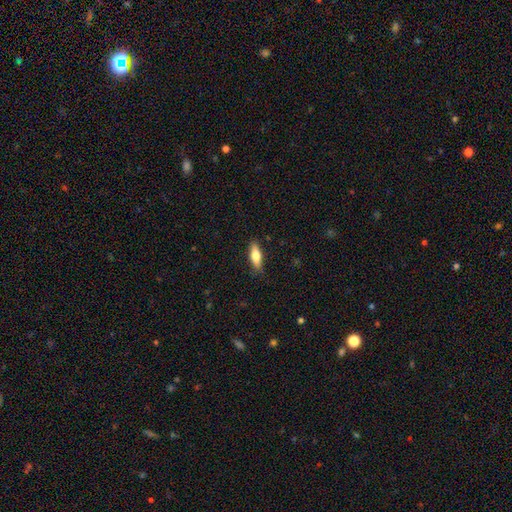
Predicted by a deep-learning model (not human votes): smooth-or-featured: smooth: 67% | featured or disk: 27% | star or artifact: 6%
  how-rounded: in between: 54% | cigar-shaped: 43% | round: 3%
  merging: none: 87% | minor disturbance: 10% | major disturbance: 2% | merger: 1%